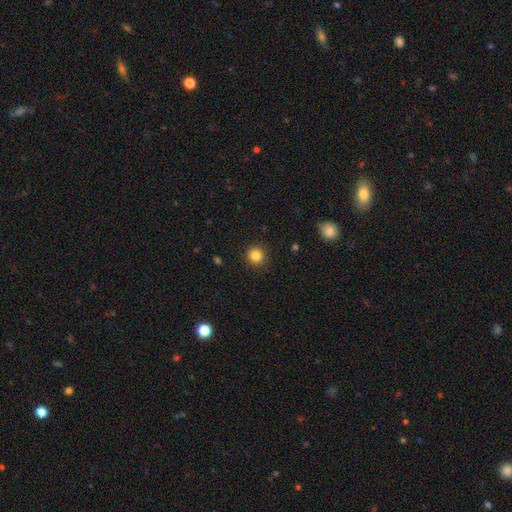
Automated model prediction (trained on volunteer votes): Overall: smooth (84%). How rounded: round (94%). Merging: none (91%).